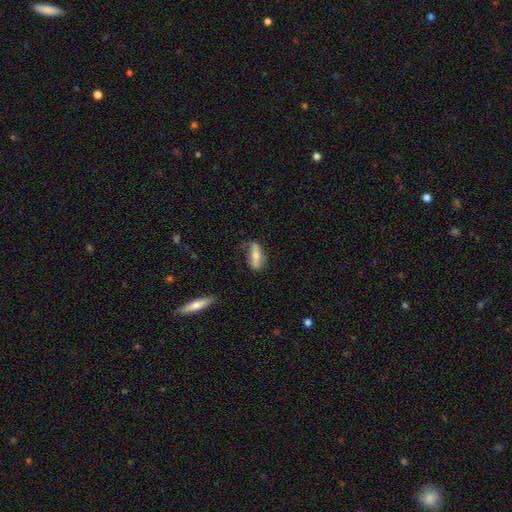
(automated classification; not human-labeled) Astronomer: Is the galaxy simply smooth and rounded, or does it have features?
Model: smooth — 55% (runner-up: featured or disk, 39%).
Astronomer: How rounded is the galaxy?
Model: in between — 73%.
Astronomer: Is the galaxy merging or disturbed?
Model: none — 59%.